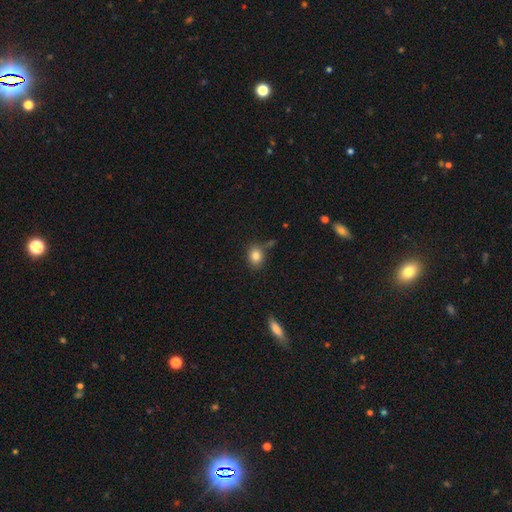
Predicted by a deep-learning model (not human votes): Smooth or featured? Predicted: smooth (p=0.83). How rounded? Predicted: round (p=0.52). Merging? Predicted: none (p=0.70).